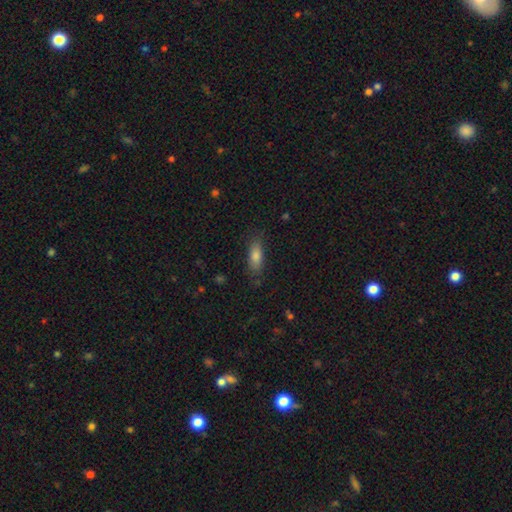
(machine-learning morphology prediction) Smooth or featured?
  - smooth: 78% *
  - featured or disk: 13%
  - star or artifact: 9%
How rounded?
  - in between: 68% *
  - cigar-shaped: 29%
  - round: 3%
Merging?
  - none: 78% *
  - minor disturbance: 16%
  - major disturbance: 4%
  - merger: 1%